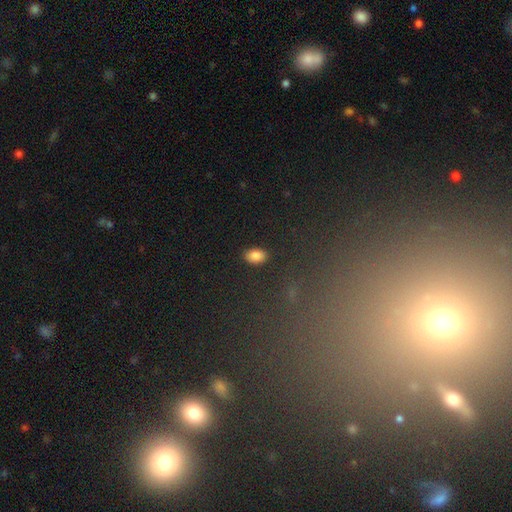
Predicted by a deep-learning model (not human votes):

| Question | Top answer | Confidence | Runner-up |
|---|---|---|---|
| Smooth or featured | smooth | 86% | star or artifact (10%) |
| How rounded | in between | 89% | round (9%) |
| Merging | none | 88% | minor disturbance (8%) |